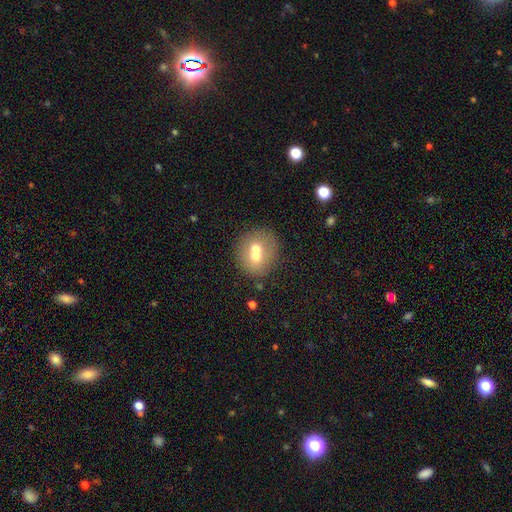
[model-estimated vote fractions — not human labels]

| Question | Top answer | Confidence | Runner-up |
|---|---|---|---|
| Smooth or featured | smooth | 62% | featured or disk (29%) |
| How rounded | round | 77% | in between (22%) |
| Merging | merger | 47% | none (40%) |